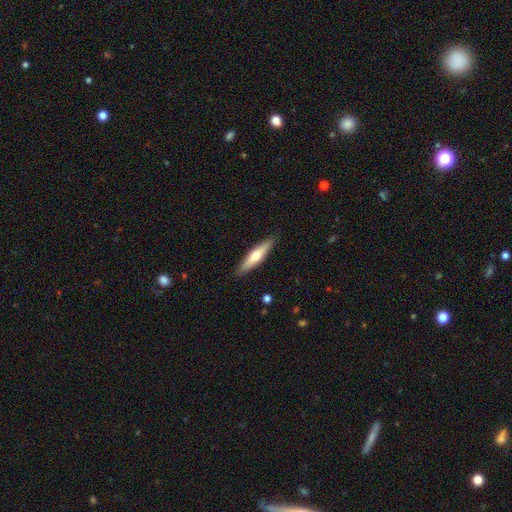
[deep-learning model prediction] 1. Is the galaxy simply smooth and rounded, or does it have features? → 53% smooth, 42% featured or disk, 5% star or artifact.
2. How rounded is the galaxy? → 80% cigar-shaped, 18% in between, 2% round.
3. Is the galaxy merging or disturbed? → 90% none, 8% minor disturbance, 2% major disturbance, 1% merger.